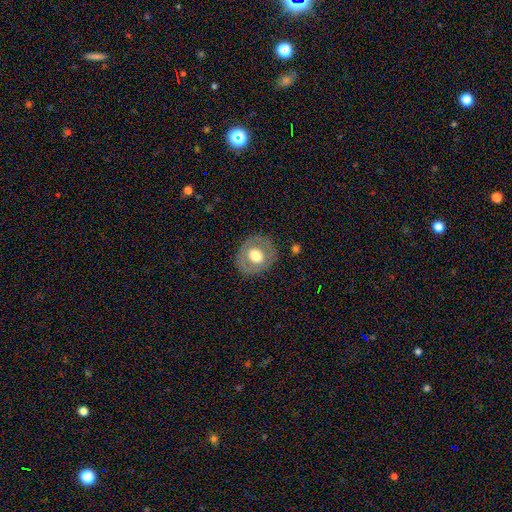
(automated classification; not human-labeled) smooth 52%, featured or disk 41%, star or artifact 7%. Down the decision tree: how rounded — round (77%); merging — none (82%).